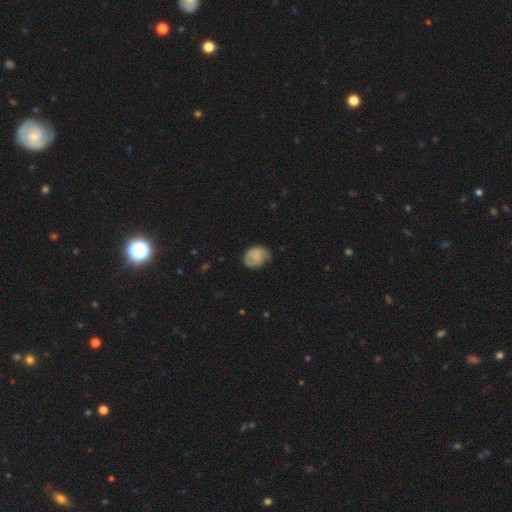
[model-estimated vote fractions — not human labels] smooth-or-featured: smooth: 59% | featured or disk: 32% | star or artifact: 8%
  how-rounded: in between: 51% | round: 47% | cigar-shaped: 1%
  merging: none: 46% | minor disturbance: 36% | major disturbance: 17% | merger: 2%